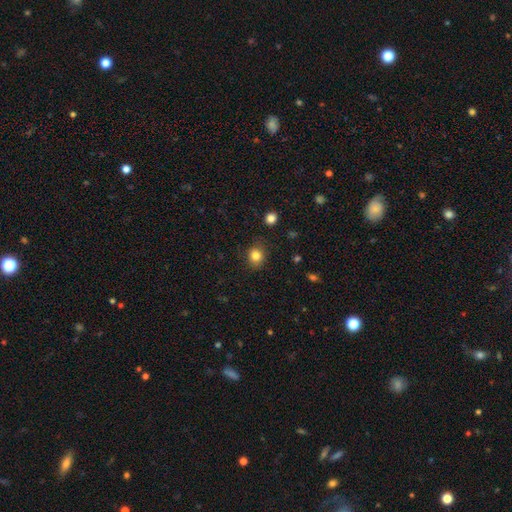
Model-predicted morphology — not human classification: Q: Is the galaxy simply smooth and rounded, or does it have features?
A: smooth — 83%.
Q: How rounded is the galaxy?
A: round — 71%.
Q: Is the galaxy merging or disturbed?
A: none — 83%.